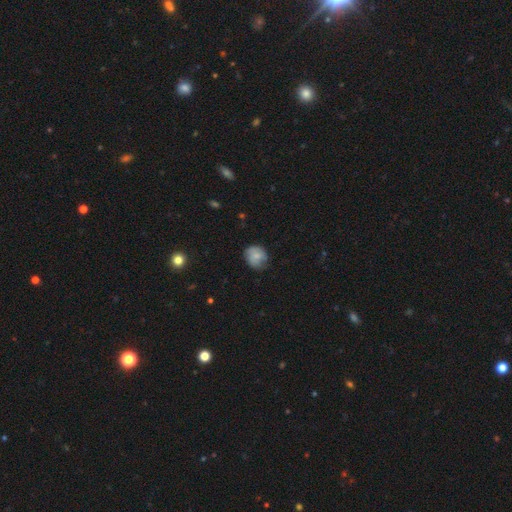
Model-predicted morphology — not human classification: Smooth or featured? smooth (73%)
How rounded? round (72%)
Merging? none (64%)